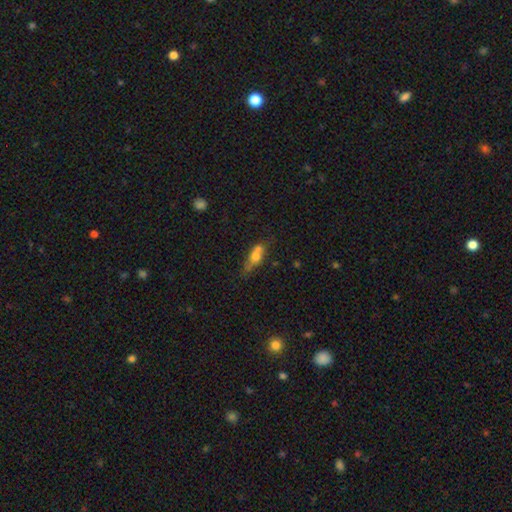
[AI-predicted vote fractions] A smooth galaxy with no disk features (58%) that is in between round and cigar-shaped (61%).

Vote fractions:
- Smooth or featured? smooth: 58% / featured or disk: 32% / star or artifact: 10%
- How rounded? in between: 61% / cigar-shaped: 26% / round: 12%
- Merging? none: 41% / merger: 31% / minor disturbance: 19% / major disturbance: 9%